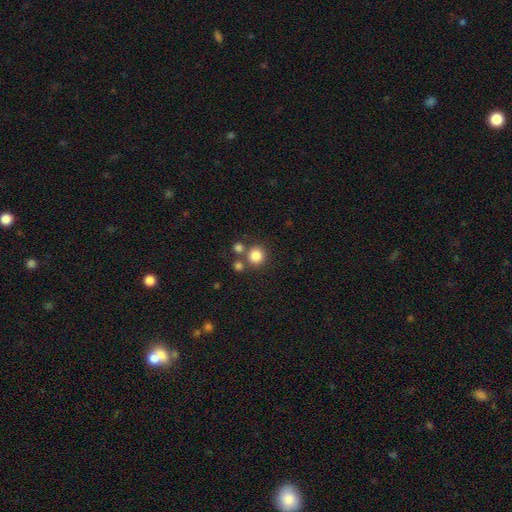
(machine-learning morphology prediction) Smooth or featured? smooth (82%)
How rounded? round (92%)
Merging? none (71%)